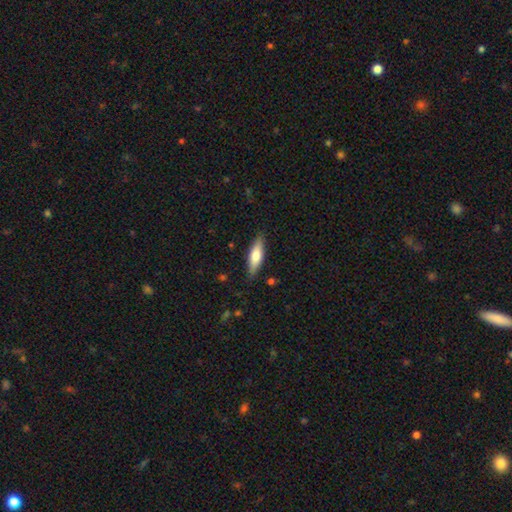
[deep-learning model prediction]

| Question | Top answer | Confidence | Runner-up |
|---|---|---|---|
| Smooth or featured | smooth | 64% | featured or disk (30%) |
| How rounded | cigar-shaped | 55% | in between (44%) |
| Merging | none | 86% | minor disturbance (11%) |